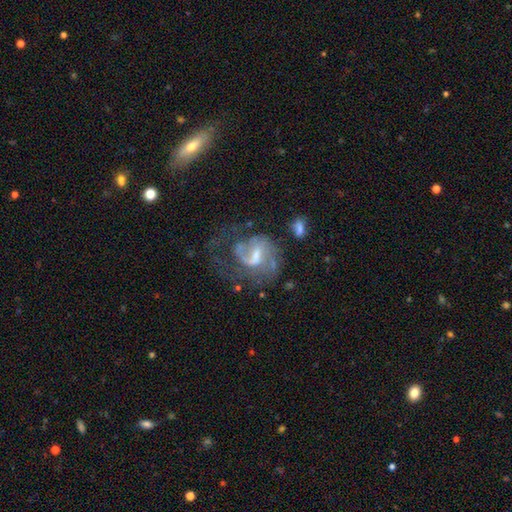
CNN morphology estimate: featured or disk 80%, smooth 12%, star or artifact 8%. Down the decision tree: edge-on disk — no (98%); bar — weak (56%); spiral arms — yes (85%); spiral arm count — 2 (41%); spiral winding — medium (44%); bulge size — small (43%); merging — major disturbance (42%).